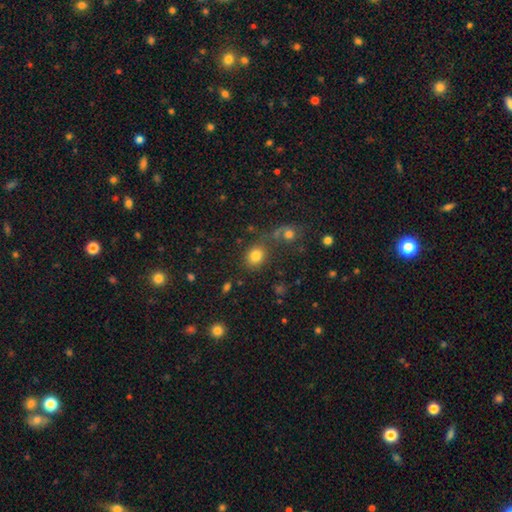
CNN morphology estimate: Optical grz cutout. It shows a smooth galaxy with no disk features (81%) that is round (69%). Merging: none (71%).